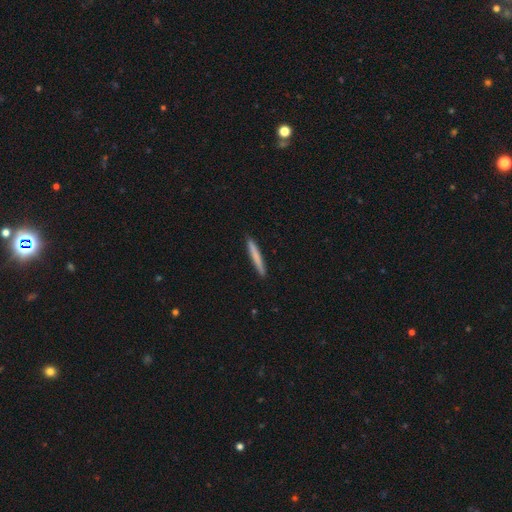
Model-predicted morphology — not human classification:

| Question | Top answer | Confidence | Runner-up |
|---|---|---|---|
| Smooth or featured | smooth | 73% | featured or disk (22%) |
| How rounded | cigar-shaped | 97% | in between (2%) |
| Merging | none | 93% | minor disturbance (5%) |